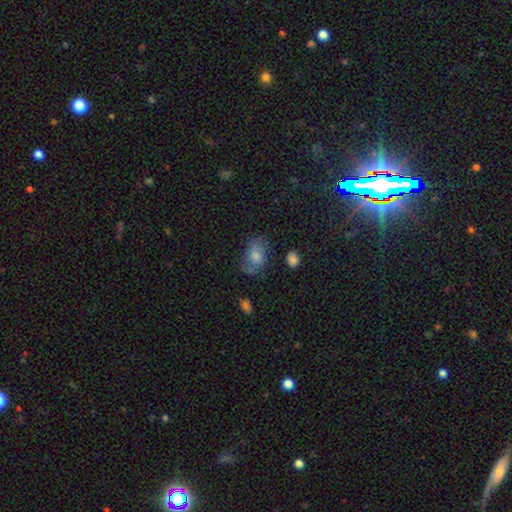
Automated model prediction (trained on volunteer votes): This is possibly a smooth galaxy (53%). How rounded: likely in between (79%). Merging: possibly none (52%).